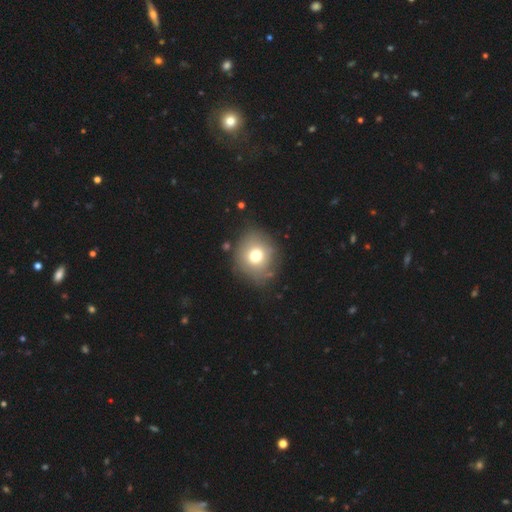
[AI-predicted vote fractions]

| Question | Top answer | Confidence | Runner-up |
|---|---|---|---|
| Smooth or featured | smooth | 71% | featured or disk (17%) |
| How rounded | round | 79% | in between (20%) |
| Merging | none | 77% | minor disturbance (14%) |